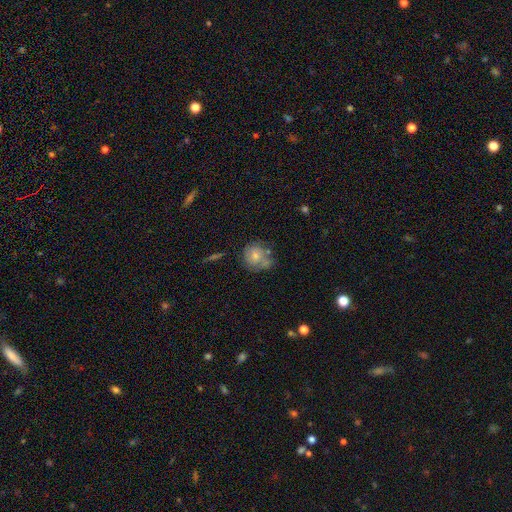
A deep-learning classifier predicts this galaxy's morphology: Smooth or featured: smooth — 46% (featured or disk — 42%)
Merging: none — 59% (minor disturbance — 21%)